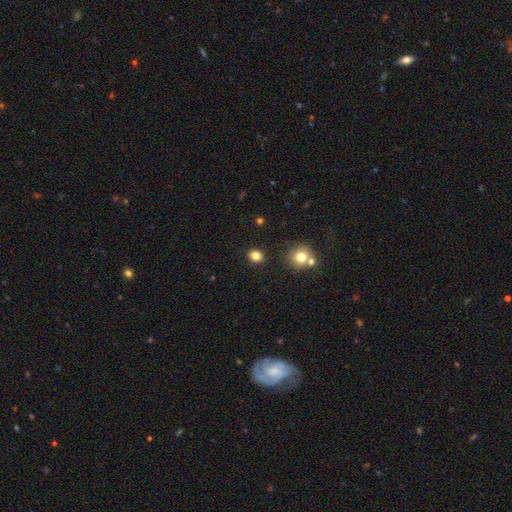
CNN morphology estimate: This appears to be a smooth galaxy with no disk features (81%) that is round (66%). Merging: none (87%).